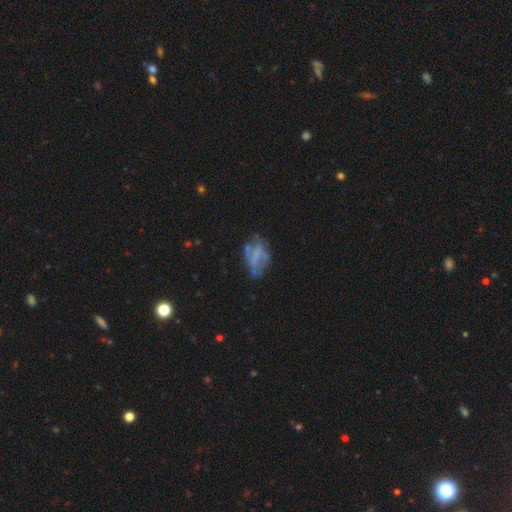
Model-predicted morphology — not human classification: Q: Smooth or featured?
A: featured or disk (52%); runner-up: smooth (37%)
Q: Edge-on disk?
A: no (94%); runner-up: yes (6%)
Q: Merging?
A: none (44%); runner-up: minor disturbance (26%)